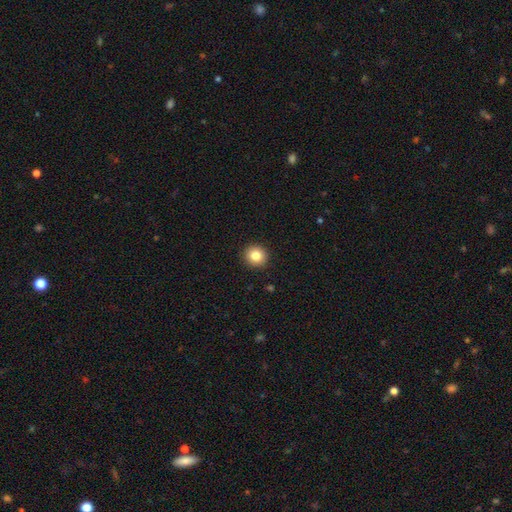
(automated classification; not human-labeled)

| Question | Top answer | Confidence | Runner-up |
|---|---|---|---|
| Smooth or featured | smooth | 83% | star or artifact (10%) |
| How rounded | round | 91% | in between (8%) |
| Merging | none | 93% | minor disturbance (5%) |